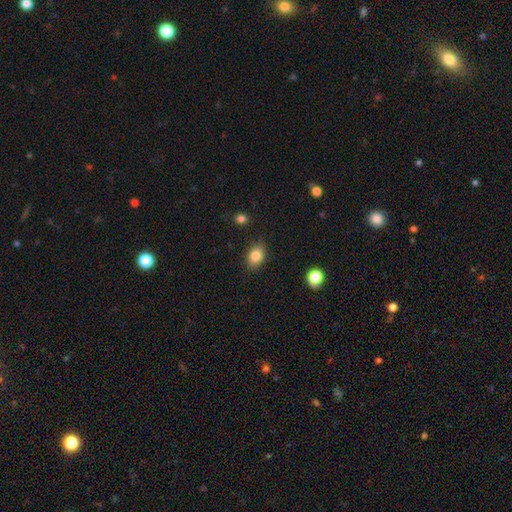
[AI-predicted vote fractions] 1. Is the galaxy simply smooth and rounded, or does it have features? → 83% smooth, 9% star or artifact, 7% featured or disk.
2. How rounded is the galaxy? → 74% in between, 25% round, 1% cigar-shaped.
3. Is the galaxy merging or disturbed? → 80% none, 15% minor disturbance, 3% major disturbance, 2% merger.